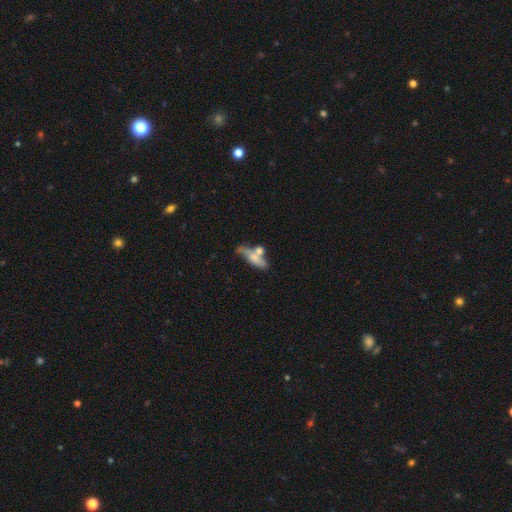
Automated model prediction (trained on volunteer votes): Smooth or featured? Predicted: smooth (p=0.55). How rounded? Predicted: cigar-shaped (p=0.47, tied with in between). Merging? Predicted: merger (p=0.34).